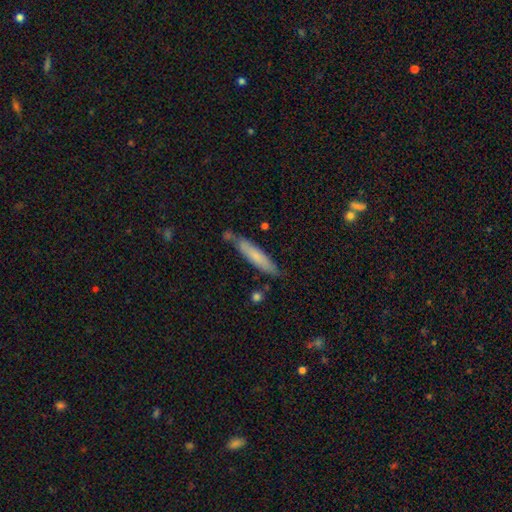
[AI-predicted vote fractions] This appears to be a smooth galaxy with no disk features (69%) that is cigar-shaped (89%). Merging: none (73%).